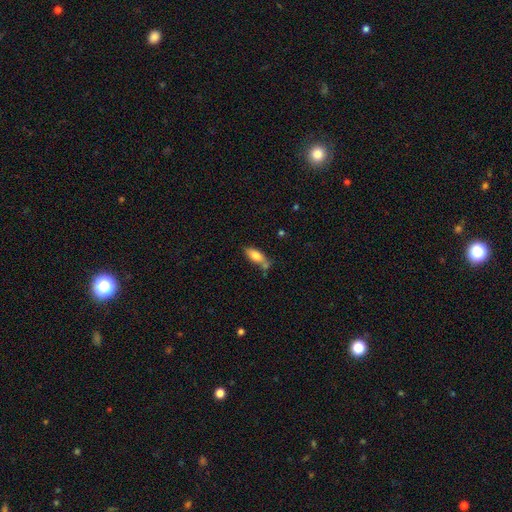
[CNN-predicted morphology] A smooth galaxy with no disk features (77%) that is in between round and cigar-shaped (78%). Merging: none (55%).